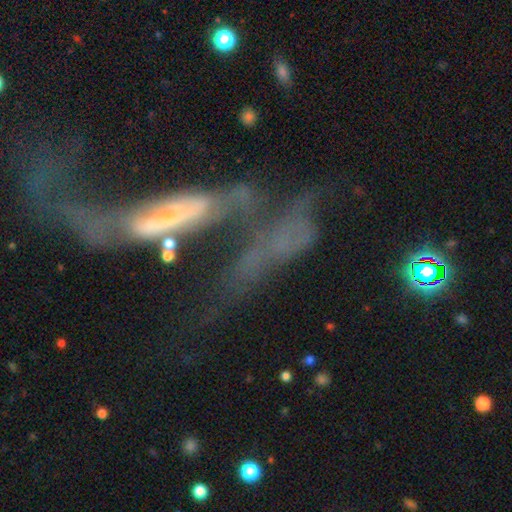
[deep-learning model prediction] smooth-or-featured: featured or disk: 60% | smooth: 23% | star or artifact: 16%
  disk-edge-on: no: 72% | yes: 28%
  merging: merger: 45% | major disturbance: 32% | none: 14% | minor disturbance: 9%